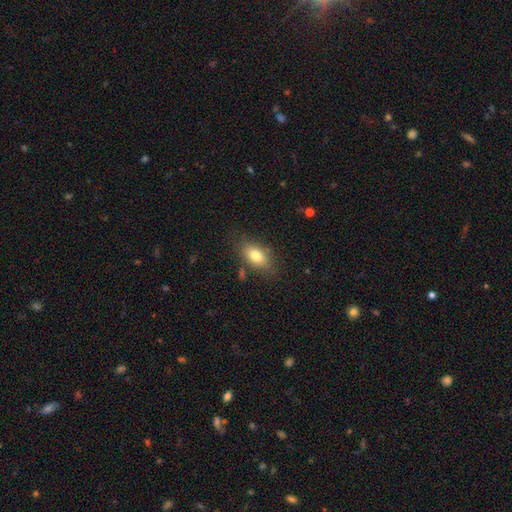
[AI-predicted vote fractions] A smooth galaxy with no disk features (78%) that is in between round and cigar-shaped (87%).

Vote fractions:
- Smooth or featured? smooth: 78% / featured or disk: 14% / star or artifact: 8%
- How rounded? in between: 87% / round: 8% / cigar-shaped: 5%
- Merging? none: 76% / minor disturbance: 16% / major disturbance: 5% / merger: 3%